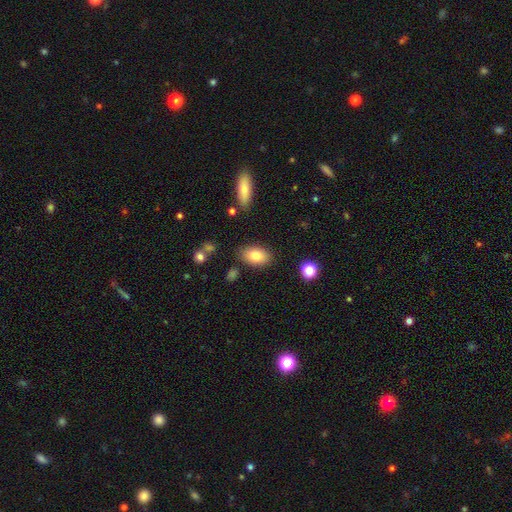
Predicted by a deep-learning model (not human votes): smooth_or_featured: smooth (p=0.81) [alt: featured or disk p=0.11]
how_rounded: in between (p=0.90) [alt: round p=0.08]
merging: none (p=0.82) [alt: minor disturbance p=0.11]